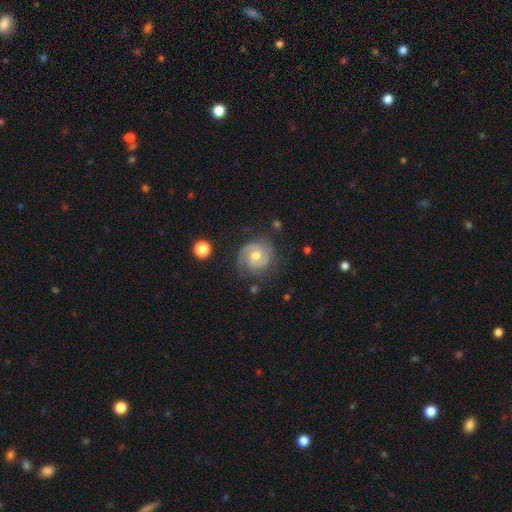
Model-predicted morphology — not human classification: Overall: featured or disk (75%). Edge-on disk: no (98%). Bar: no (54%; weak 38%). Spiral arms: yes (92%). Spiral arm count: 2 (76%). Spiral winding: tight (47%; medium 40%). Bulge size: moderate (73%). Merging: none (71%).